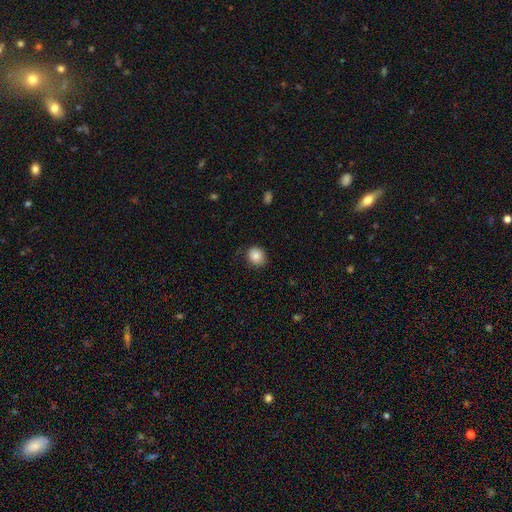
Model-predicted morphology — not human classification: type=smooth (86%); roundness=round (68%); merging=none (80%).